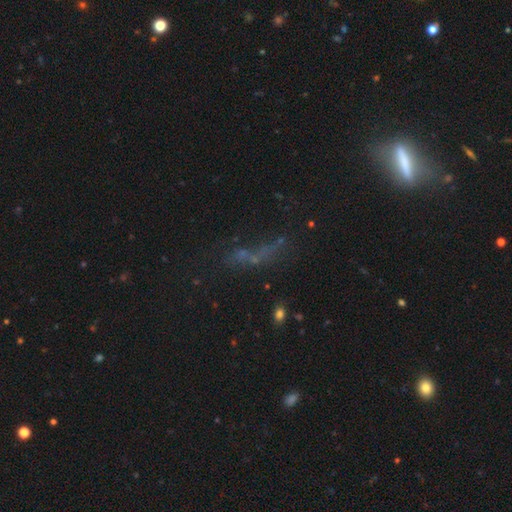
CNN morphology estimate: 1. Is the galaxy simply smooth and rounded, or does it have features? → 36% star or artifact, 32% featured or disk, 31% smooth.